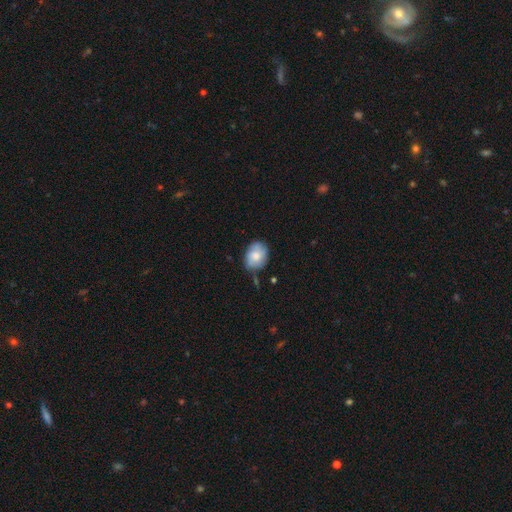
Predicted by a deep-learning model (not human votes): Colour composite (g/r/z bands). It shows a smooth galaxy with no disk features (62%) that is in between round and cigar-shaped (56%). Merging: none (68%).